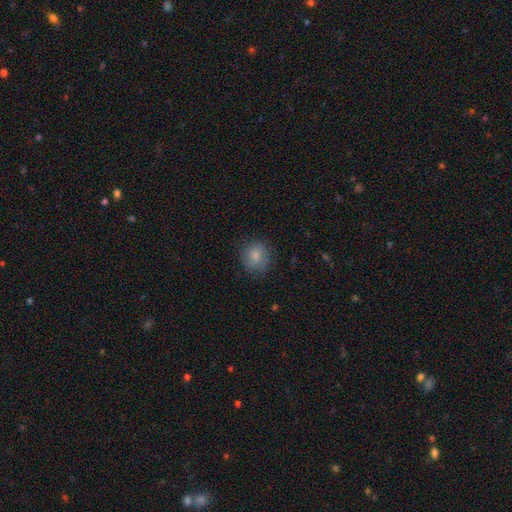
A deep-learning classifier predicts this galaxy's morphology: This appears to be a smooth galaxy with no disk features (81%) that is round (82%). Merging: none (79%).